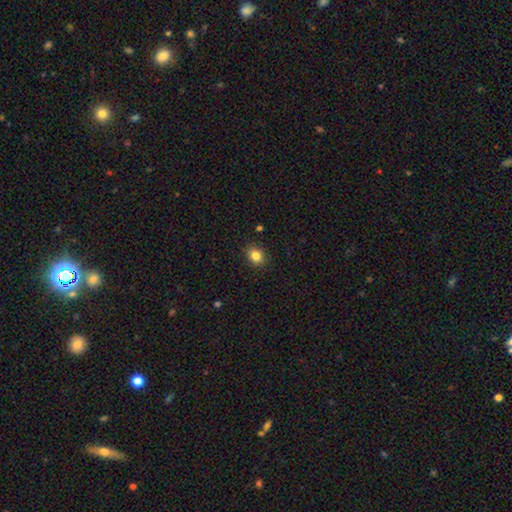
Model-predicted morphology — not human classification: smooth_or_featured: smooth (p=0.84) [alt: star or artifact p=0.11]
how_rounded: round (p=0.62) [alt: in between p=0.37]
merging: none (p=0.89) [alt: minor disturbance p=0.08]